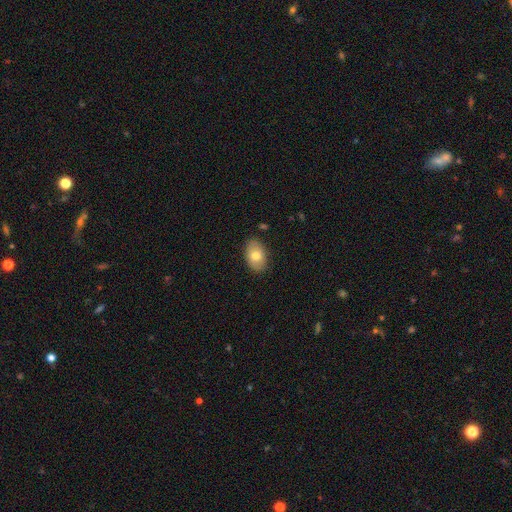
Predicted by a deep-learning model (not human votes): The model was most divided on "smooth or featured": smooth: 74%, featured or disk: 19%, star or artifact: 7%. More confident: how rounded — in between (89%); merging — none (86%).